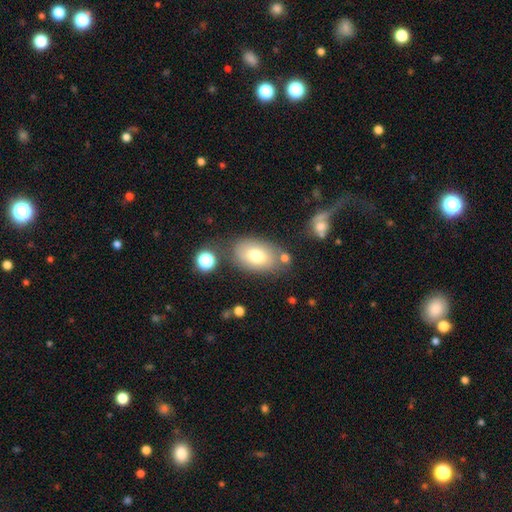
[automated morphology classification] Smooth or featured?
  - smooth: 74% *
  - featured or disk: 17%
  - star or artifact: 9%
How rounded?
  - in between: 88% *
  - round: 11%
  - cigar-shaped: 1%
Merging?
  - none: 69% *
  - minor disturbance: 17%
  - merger: 9%
  - major disturbance: 6%